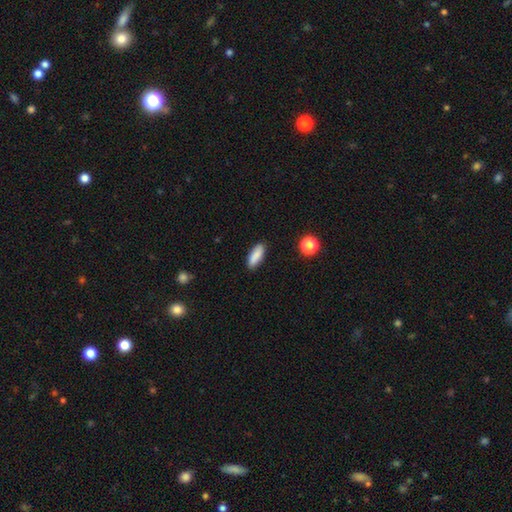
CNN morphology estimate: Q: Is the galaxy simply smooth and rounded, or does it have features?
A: smooth — 86%.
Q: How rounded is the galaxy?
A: in between — 64%.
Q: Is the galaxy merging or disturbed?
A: none — 87%.